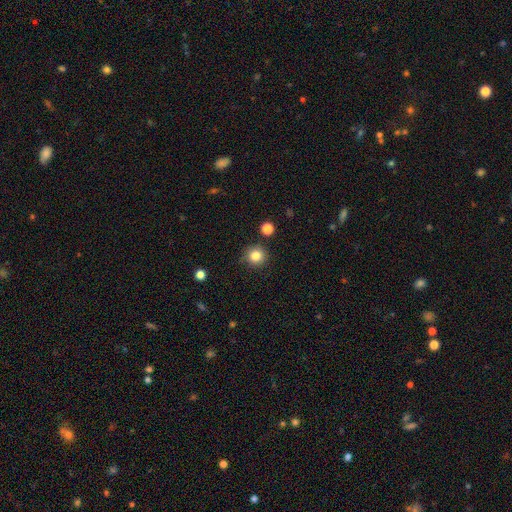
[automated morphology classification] A smooth galaxy with no disk features (83%) that is round (94%). Merging: none (86%).